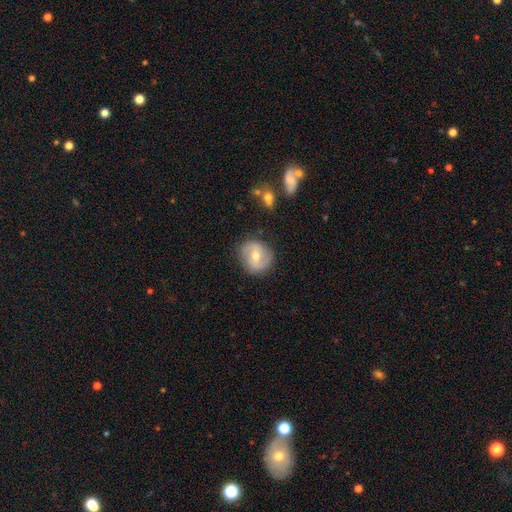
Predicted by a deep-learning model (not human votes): smooth_or_featured: featured or disk (p=0.52) [alt: smooth p=0.41]
disk_edge_on: no (p=0.97) [alt: yes p=0.03]
bar: weak (p=0.49) [alt: no p=0.32]
has_spiral_arms: yes (p=0.68) [alt: no p=0.32]
bulge_size: moderate (p=0.74) [alt: small p=0.20]
merging: none (p=0.82) [alt: minor disturbance p=0.13]